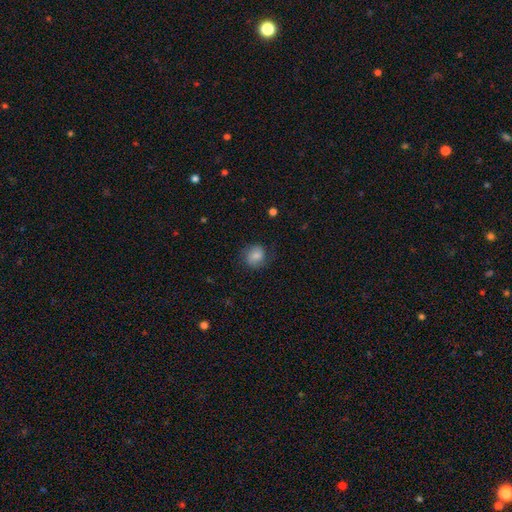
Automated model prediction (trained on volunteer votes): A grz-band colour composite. It shows a smooth galaxy with no disk features (72%) that is round (76%). Merging: none (75%).